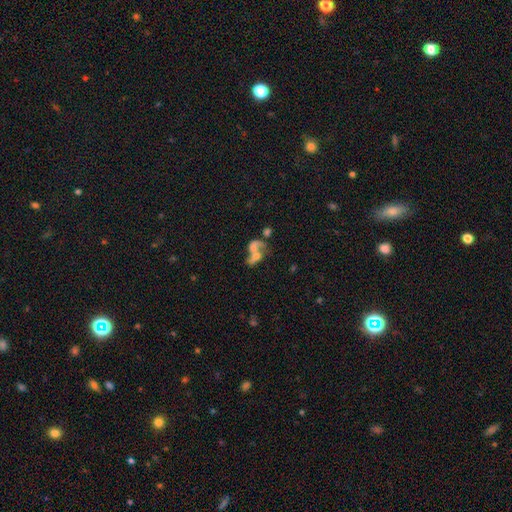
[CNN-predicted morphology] Q: Smooth or featured?
A: smooth (43%); tied with: featured or disk (43%)
Q: Merging?
A: merger (69%); runner-up: none (14%)